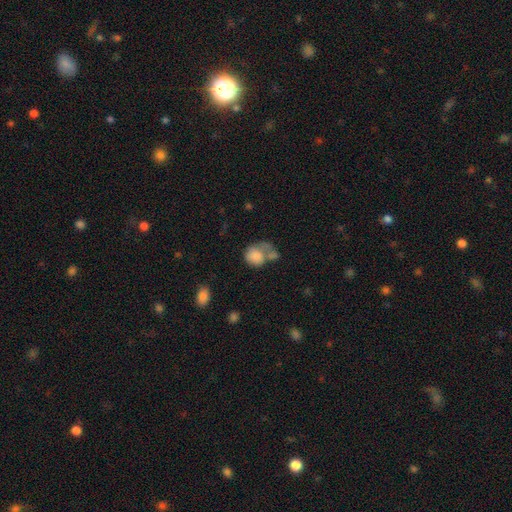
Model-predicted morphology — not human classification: smooth 78%, featured or disk 14%, star or artifact 8%. Down the decision tree: how rounded — round (63%); merging — merger (40%).